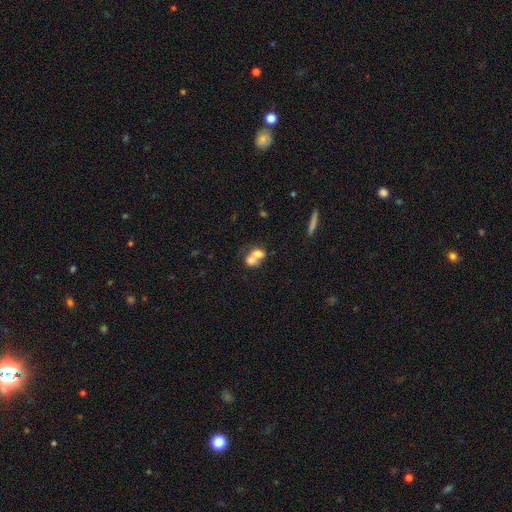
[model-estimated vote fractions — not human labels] Q: Smooth or featured?
A: smooth (65%); runner-up: featured or disk (25%)
Q: How rounded?
A: in between (53%); runner-up: round (45%)
Q: Merging?
A: merger (73%); runner-up: none (18%)